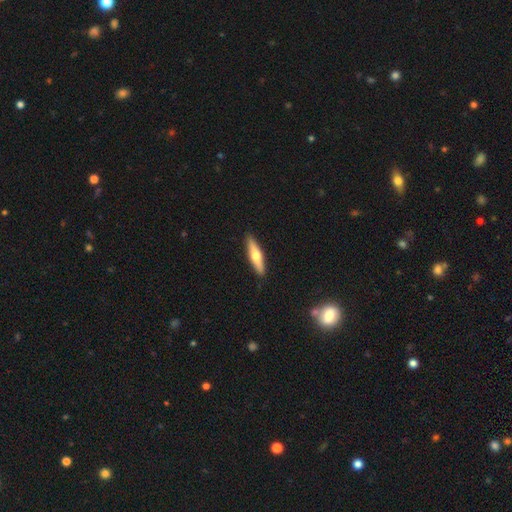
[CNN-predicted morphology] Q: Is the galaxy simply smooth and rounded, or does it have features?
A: smooth — 49%.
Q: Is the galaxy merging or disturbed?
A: none — 91%.